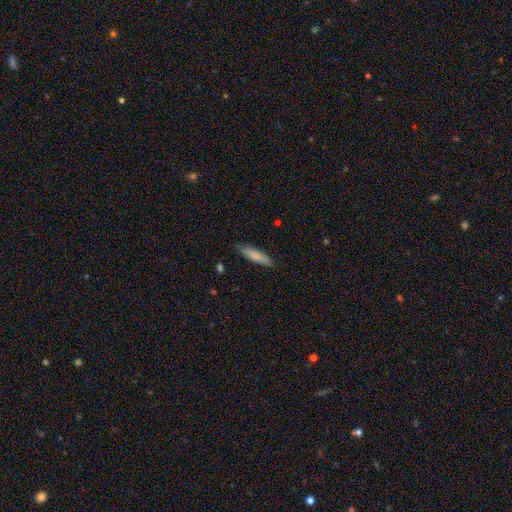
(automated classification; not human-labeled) The model was most divided on "how rounded": cigar-shaped: 71%, in between: 28%, round: 1%. More confident: merging — none (84%); smooth or featured — smooth (83%).